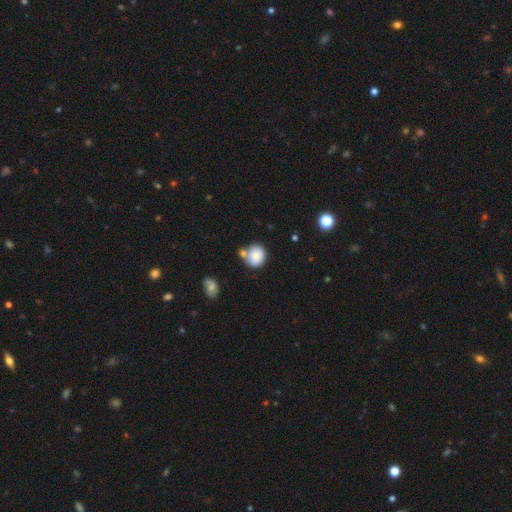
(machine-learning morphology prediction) This appears to be a smooth galaxy with no disk features (80%) that is round (79%). Merging: none (54%).